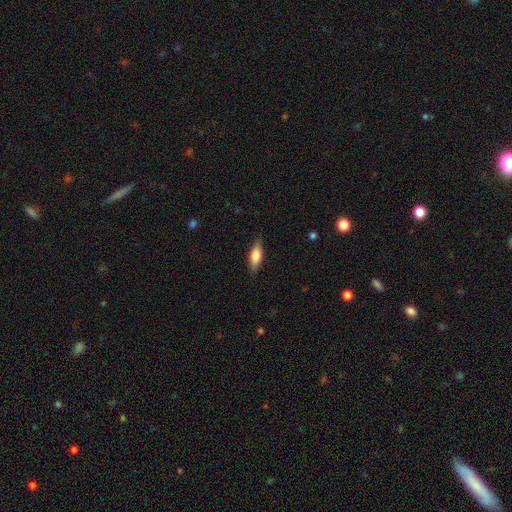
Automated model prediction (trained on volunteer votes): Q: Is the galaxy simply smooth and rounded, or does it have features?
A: smooth — 72%.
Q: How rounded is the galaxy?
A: in between — 67%.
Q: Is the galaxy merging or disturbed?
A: none — 83%.